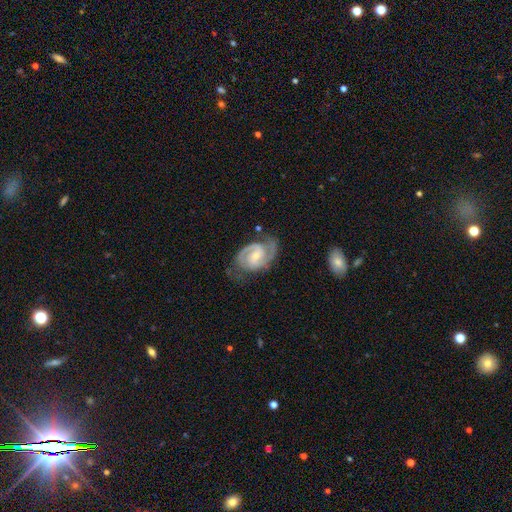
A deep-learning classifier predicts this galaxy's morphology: The model was most divided on "bar": weak: 48%, no: 39%, strong: 13%. More confident: edge-on disk — no (98%); spiral arms — yes (97%); smooth or featured — featured or disk (88%); spiral arm count — 2 (86%); merging — none (65%); bulge size — small (56%); spiral winding — medium (50%).